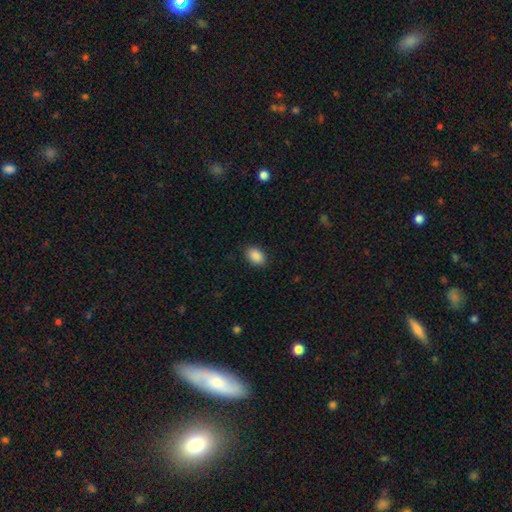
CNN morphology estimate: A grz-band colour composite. It shows a smooth galaxy with no disk features (89%) that is in between round and cigar-shaped (84%). Merging: none (89%).